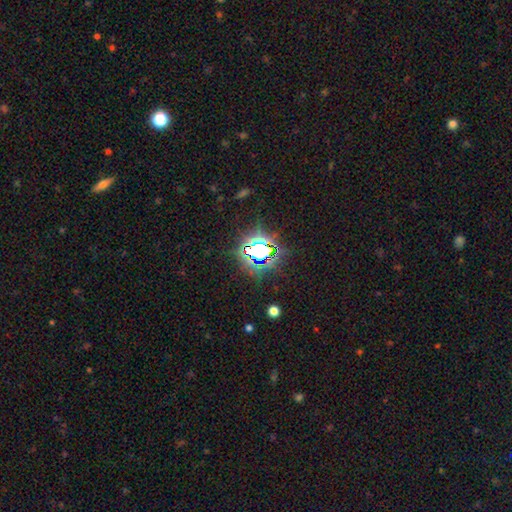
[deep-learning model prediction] A star or artifact, not a galaxy (75%).

Vote fractions:
- Smooth or featured? star or artifact: 75% / smooth: 15% / featured or disk: 9%